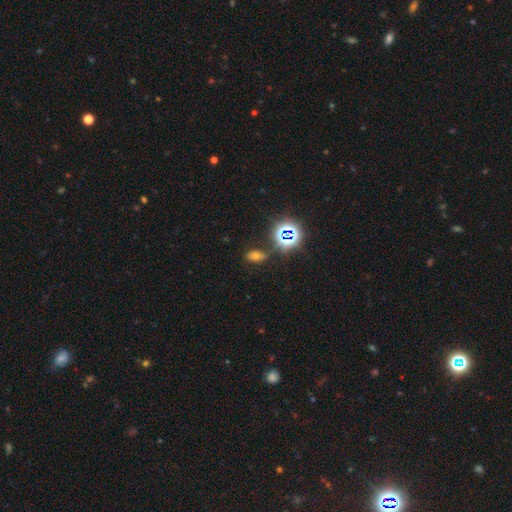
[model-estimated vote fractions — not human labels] A smooth galaxy with no disk features (48%). Merging: none (71%).